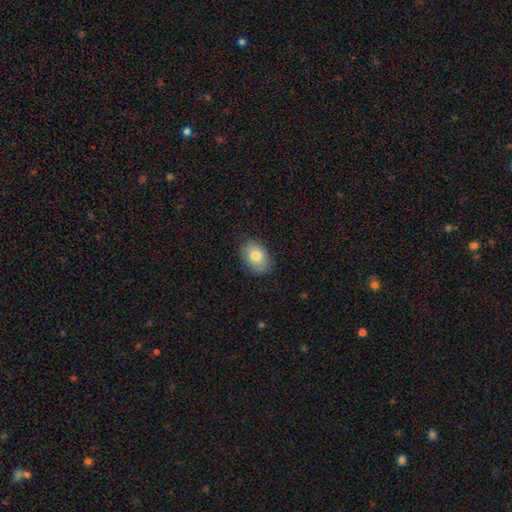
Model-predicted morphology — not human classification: This appears to be a smooth galaxy with no disk features (80%) that is in between round and cigar-shaped (80%). Merging: none (81%).